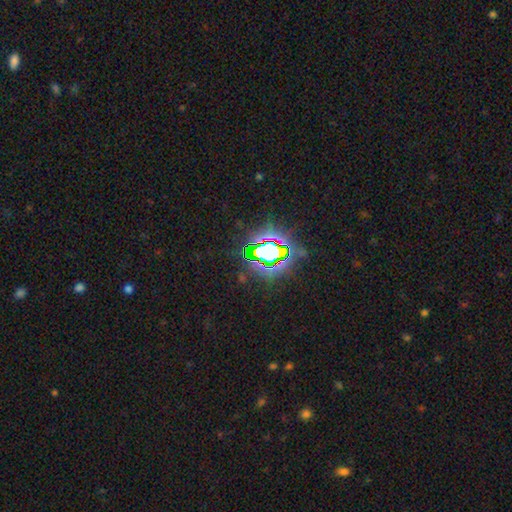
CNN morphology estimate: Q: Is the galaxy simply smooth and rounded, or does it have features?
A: star or artifact — 82%.